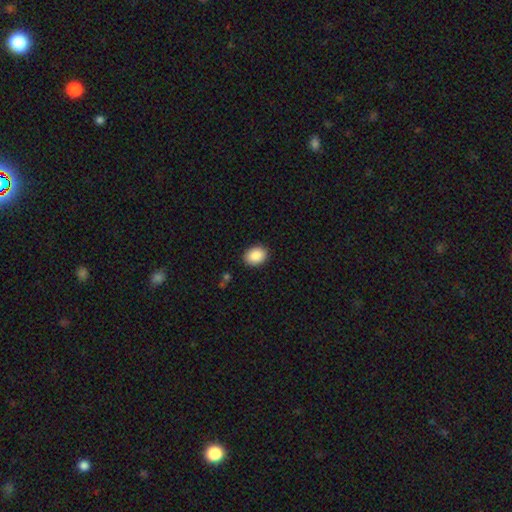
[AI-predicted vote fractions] smooth-or-featured: smooth: 89% | star or artifact: 7% | featured or disk: 4%
  how-rounded: in between: 64% | round: 35% | cigar-shaped: 1%
  merging: none: 89% | minor disturbance: 7% | major disturbance: 2% | merger: 1%